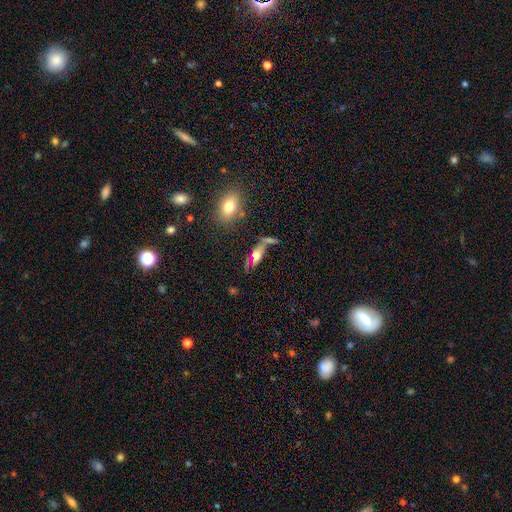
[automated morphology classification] Smooth or featured? Predicted: featured or disk (p=0.46). Merging? Predicted: none (p=0.46).